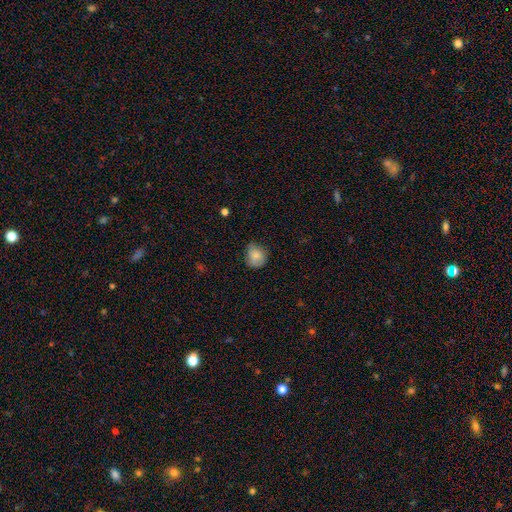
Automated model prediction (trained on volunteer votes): This is clearly a smooth galaxy (81%). How rounded: likely round (65%). Merging: likely none (63%).